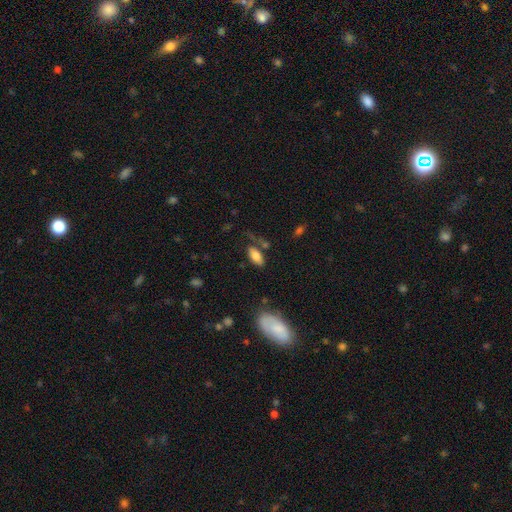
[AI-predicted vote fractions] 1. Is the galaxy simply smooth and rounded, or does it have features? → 81% smooth, 11% featured or disk, 8% star or artifact.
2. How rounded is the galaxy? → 89% in between, 9% cigar-shaped, 2% round.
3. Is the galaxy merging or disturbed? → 65% none, 19% minor disturbance, 8% major disturbance, 8% merger.